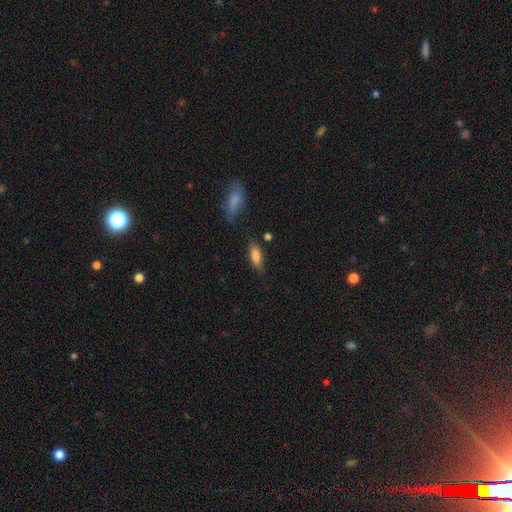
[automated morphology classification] smooth_or_featured: smooth (p=0.78) [alt: featured or disk p=0.15]
how_rounded: in between (p=0.66) [alt: cigar-shaped p=0.31]
merging: none (p=0.69) [alt: minor disturbance p=0.21]